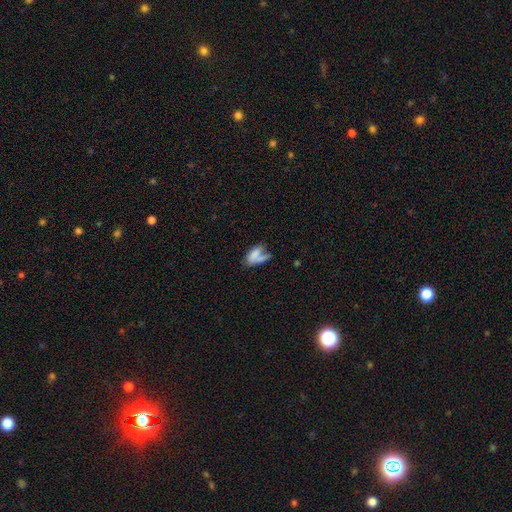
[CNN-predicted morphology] smooth-or-featured: smooth: 69% | featured or disk: 22% | star or artifact: 10%
  how-rounded: in between: 84% | cigar-shaped: 11% | round: 5%
  merging: none: 32% | merger: 31% | major disturbance: 19% | minor disturbance: 17%